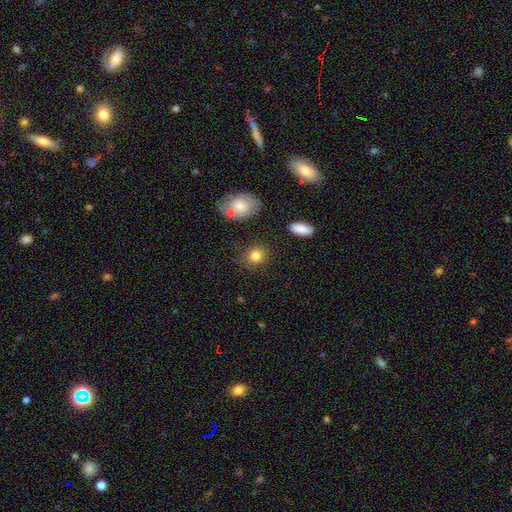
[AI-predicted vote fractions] smooth 83%, star or artifact 10%, featured or disk 7%. Down the decision tree: how rounded — round (67%); merging — none (80%).